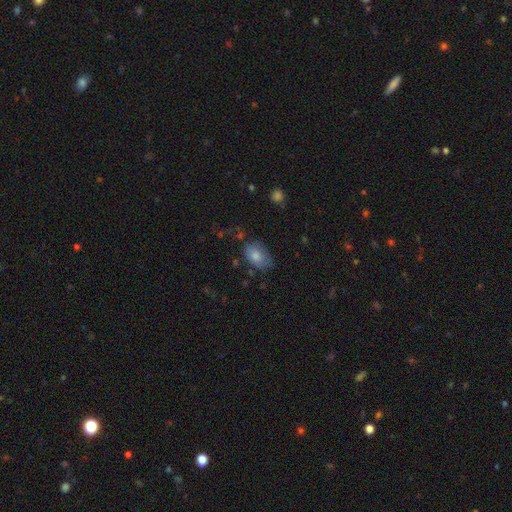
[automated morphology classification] smooth_or_featured: smooth (p=0.80) [alt: featured or disk p=0.12]
how_rounded: in between (p=0.88) [alt: round p=0.11]
merging: none (p=0.59) [alt: minor disturbance p=0.30]